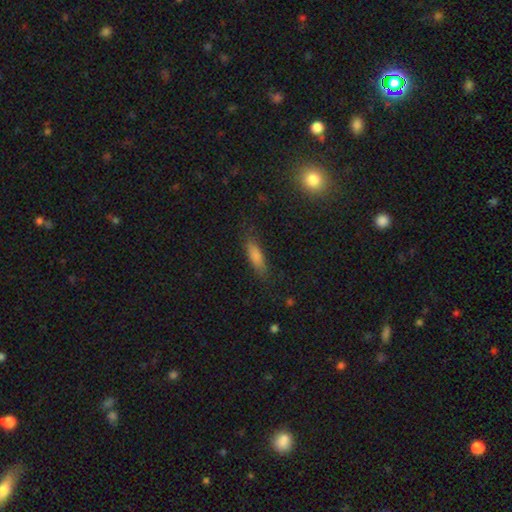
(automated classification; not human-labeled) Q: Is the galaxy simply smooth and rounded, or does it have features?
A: smooth — 80%.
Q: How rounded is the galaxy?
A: in between — 52%.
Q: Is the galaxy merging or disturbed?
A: none — 76%.